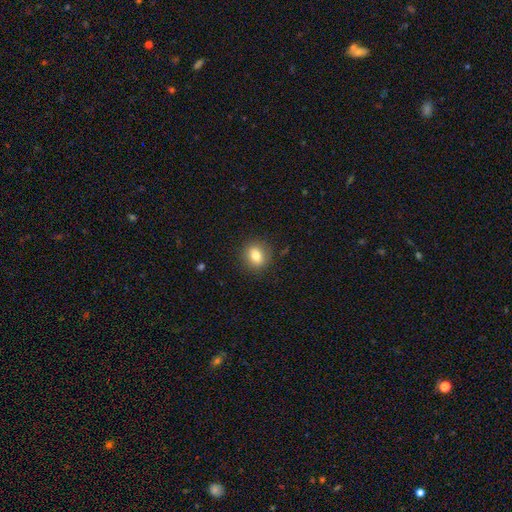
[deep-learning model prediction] smooth_or_featured: smooth (p=0.78) [alt: featured or disk p=0.12]
how_rounded: round (p=0.75) [alt: in between p=0.24]
merging: none (p=0.88) [alt: minor disturbance p=0.08]